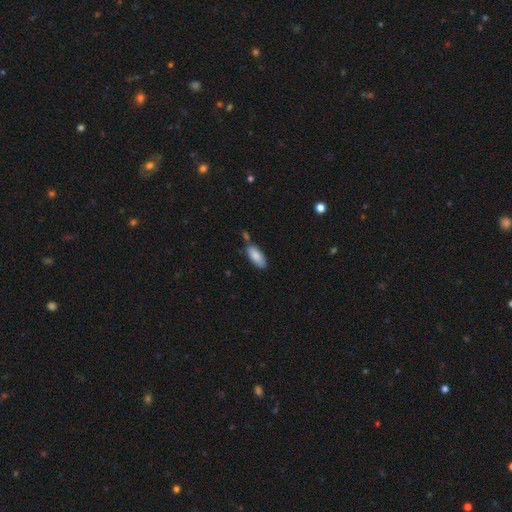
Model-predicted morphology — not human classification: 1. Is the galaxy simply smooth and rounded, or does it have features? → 86% smooth, 8% featured or disk, 6% star or artifact.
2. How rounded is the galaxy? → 85% in between, 14% cigar-shaped, 2% round.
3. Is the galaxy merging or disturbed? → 66% none, 18% minor disturbance, 12% merger, 4% major disturbance.